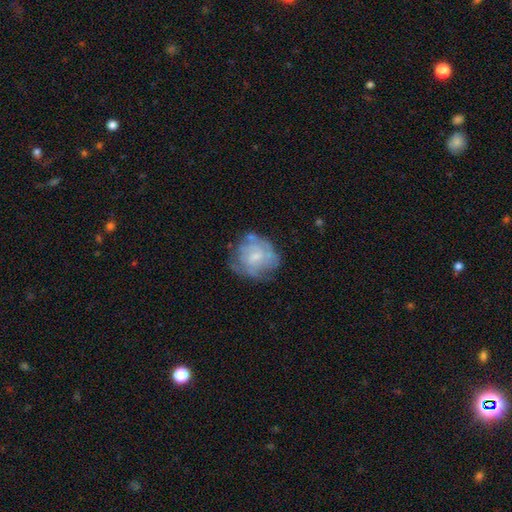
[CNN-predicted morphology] featured or disk 62%, smooth 30%, star or artifact 8%. Down the decision tree: edge-on disk — no (98%); bar — no (56%); spiral arms — yes (70%); bulge size — small (56%); merging — none (59%).